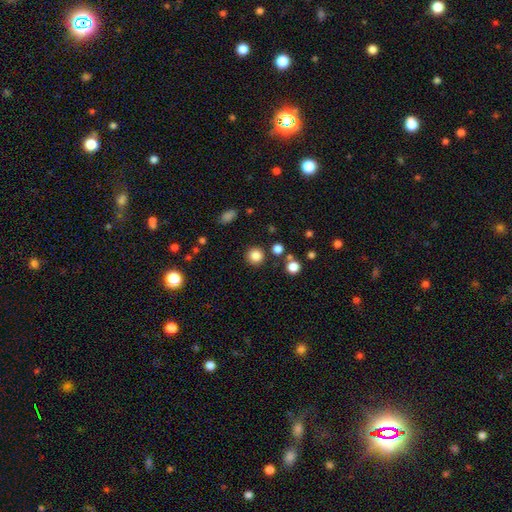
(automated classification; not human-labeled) Smooth or featured?
  - smooth: 84% *
  - star or artifact: 12%
  - featured or disk: 4%
How rounded?
  - round: 94% *
  - in between: 5%
  - cigar-shaped: 1%
Merging?
  - none: 88% *
  - minor disturbance: 6%
  - merger: 4%
  - major disturbance: 3%